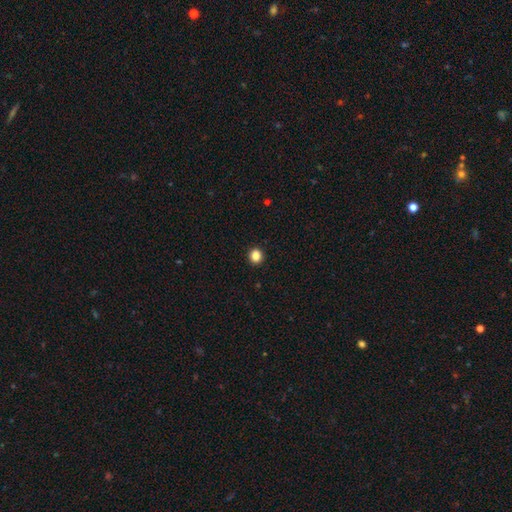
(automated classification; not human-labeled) Smooth or featured?
  - smooth: 86% *
  - star or artifact: 11%
  - featured or disk: 3%
How rounded?
  - round: 86% *
  - in between: 13%
  - cigar-shaped: 1%
Merging?
  - none: 93% *
  - minor disturbance: 4%
  - major disturbance: 2%
  - merger: 1%